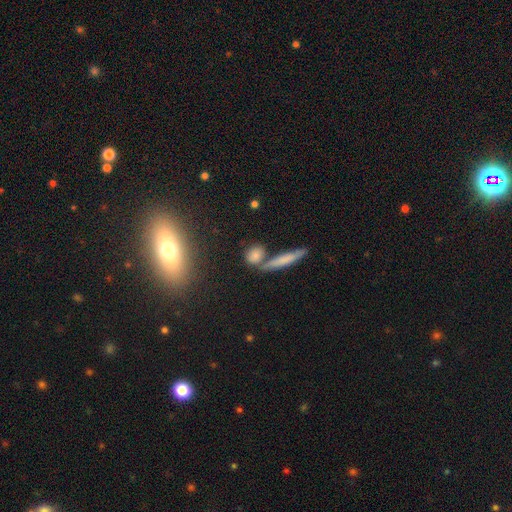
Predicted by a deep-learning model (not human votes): smooth_or_featured: smooth (p=0.68) [alt: featured or disk p=0.18]
how_rounded: cigar-shaped (p=0.37) [alt: in between p=0.32]
merging: none (p=0.67) [alt: merger p=0.17]